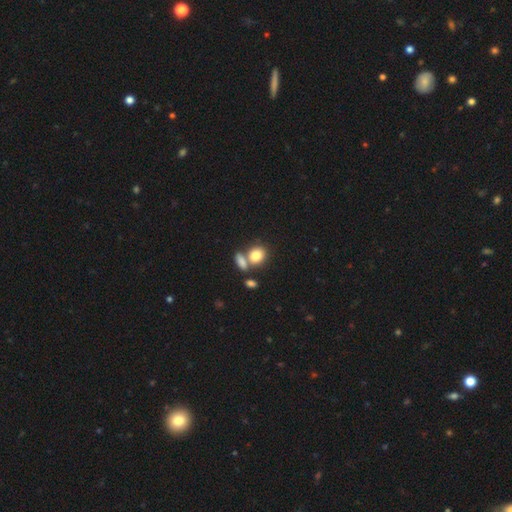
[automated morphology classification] Smooth or featured?
  - smooth: 81% *
  - featured or disk: 10%
  - star or artifact: 9%
How rounded?
  - round: 56% *
  - in between: 42%
  - cigar-shaped: 2%
Merging?
  - none: 47% *
  - merger: 39%
  - minor disturbance: 10%
  - major disturbance: 4%